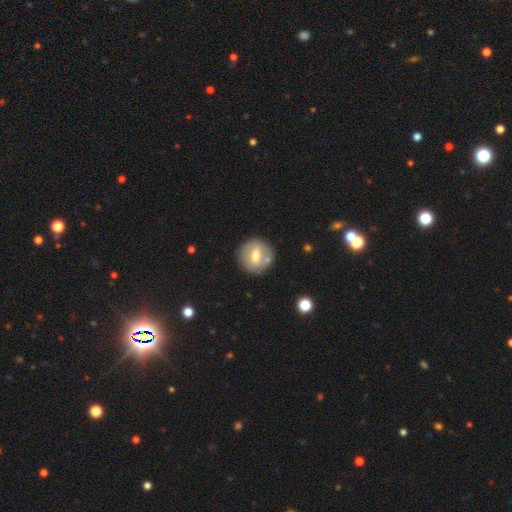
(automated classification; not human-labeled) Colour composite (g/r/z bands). It shows a smooth galaxy with no disk features (51%) that is round (88%). Merging: none (79%).